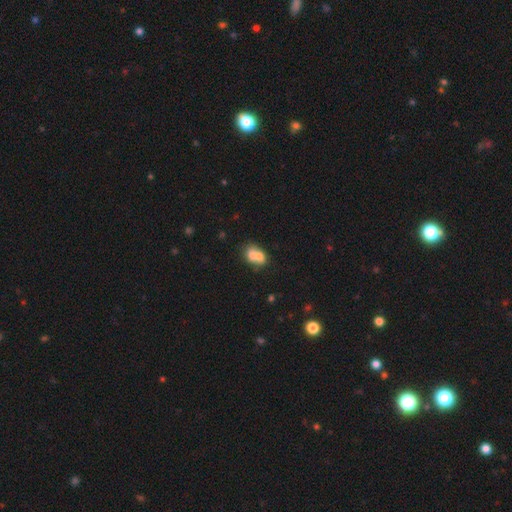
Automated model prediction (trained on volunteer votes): A smooth galaxy with no disk features (68%) that is in between round and cigar-shaped (70%). Merging: merger (58%).